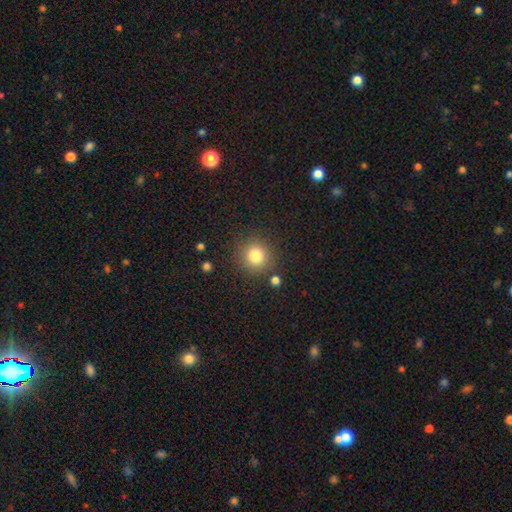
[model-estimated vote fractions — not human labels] Overall: smooth (82%). How rounded: round (90%). Merging: none (84%).